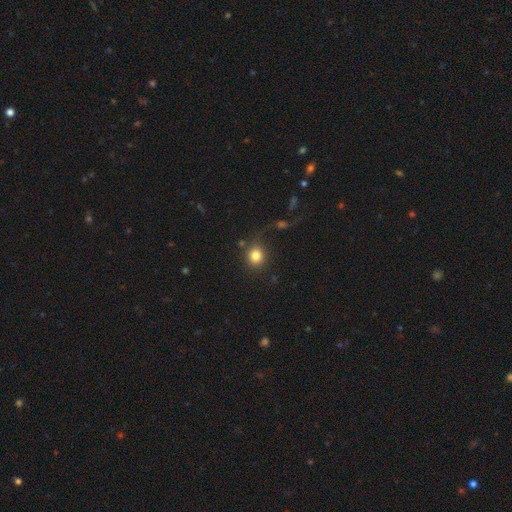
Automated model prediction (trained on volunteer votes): smooth-or-featured: smooth: 83% | star or artifact: 11% | featured or disk: 7%
  how-rounded: round: 83% | in between: 16% | cigar-shaped: 1%
  merging: none: 77% | minor disturbance: 11% | major disturbance: 7% | merger: 5%